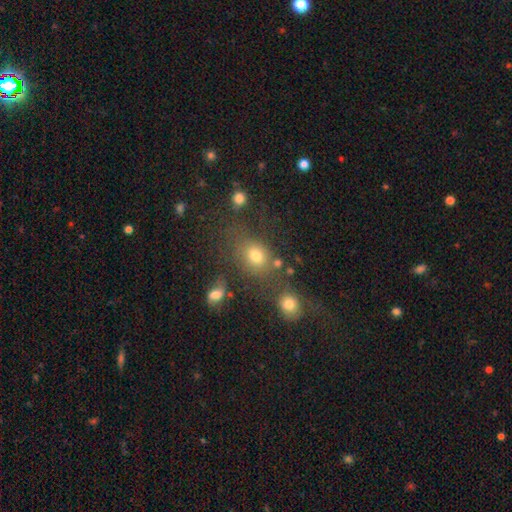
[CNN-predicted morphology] The model was most divided on "how rounded": in between: 50%, round: 48%, cigar-shaped: 2%. More confident: smooth or featured — smooth (73%); merging — none (60%).